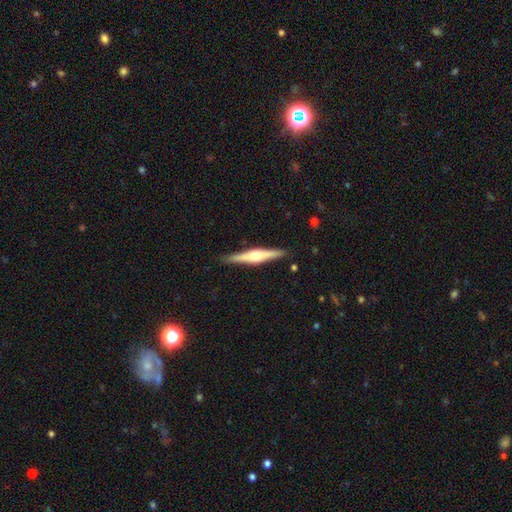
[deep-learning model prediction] Smooth or featured?
  - featured or disk: 74% *
  - smooth: 21%
  - star or artifact: 5%
Edge-on disk?
  - yes: 98% *
  - no: 2%
Edge-on bulge?
  - rounded: 88% *
  - boxy: 9%
  - none: 3%
Merging?
  - none: 89% *
  - minor disturbance: 8%
  - major disturbance: 2%
  - merger: 1%